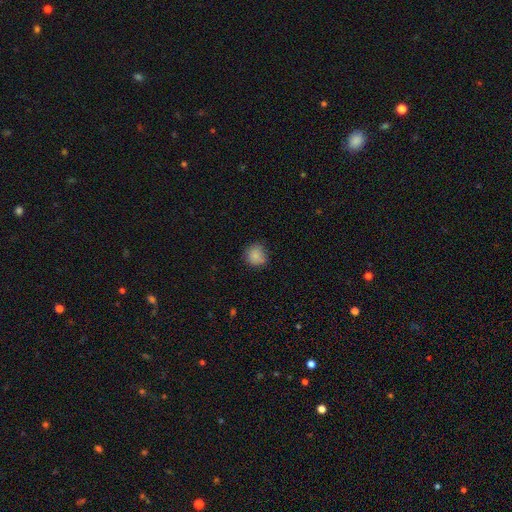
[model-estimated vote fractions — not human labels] smooth-or-featured: smooth: 85% | star or artifact: 9% | featured or disk: 6%
  how-rounded: round: 88% | in between: 11% | cigar-shaped: 1%
  merging: none: 78% | minor disturbance: 17% | major disturbance: 3% | merger: 2%